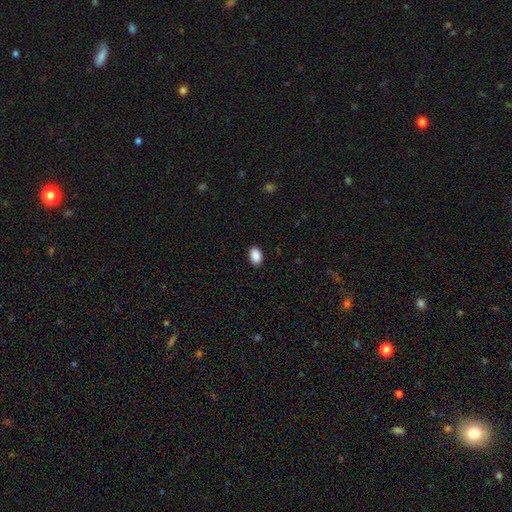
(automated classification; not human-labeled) smooth-or-featured: smooth: 90% | star or artifact: 7% | featured or disk: 3%
  how-rounded: in between: 88% | round: 11% | cigar-shaped: 1%
  merging: none: 90% | minor disturbance: 8% | major disturbance: 2% | merger: 1%